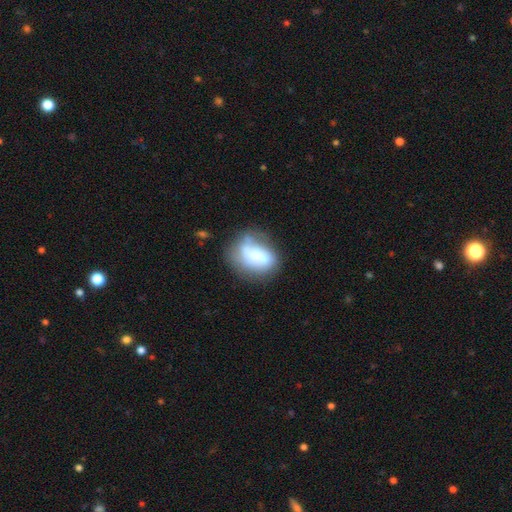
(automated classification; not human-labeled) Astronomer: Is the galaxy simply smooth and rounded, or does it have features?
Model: smooth — 55% (runner-up: featured or disk, 36%).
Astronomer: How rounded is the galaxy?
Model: in between — 77%.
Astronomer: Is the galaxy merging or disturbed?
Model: none — 32% (runner-up: minor disturbance, 25%).